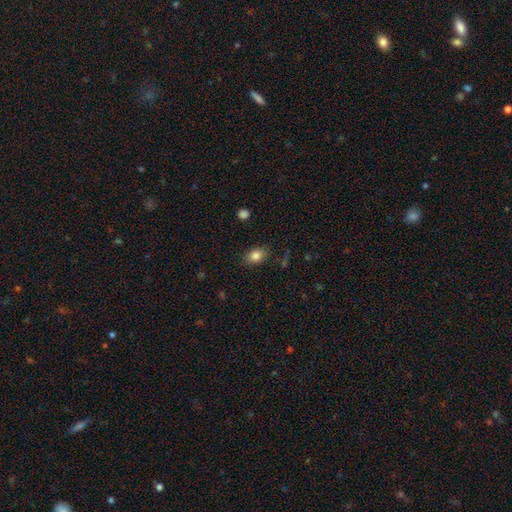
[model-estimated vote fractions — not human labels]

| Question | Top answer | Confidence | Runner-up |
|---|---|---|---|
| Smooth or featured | smooth | 84% | star or artifact (9%) |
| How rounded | in between | 77% | round (21%) |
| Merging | none | 84% | minor disturbance (12%) |